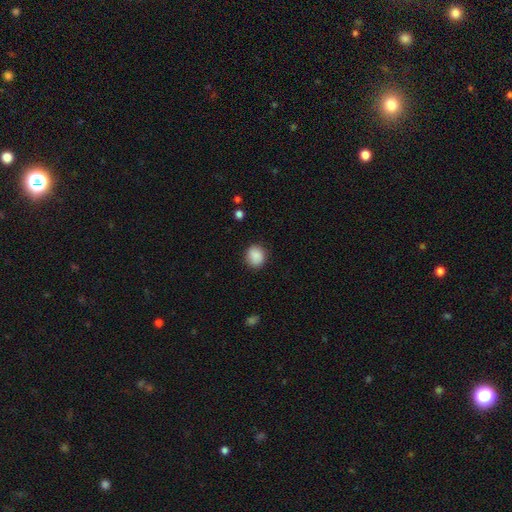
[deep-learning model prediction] smooth_or_featured: smooth (p=0.89) [alt: star or artifact p=0.08]
how_rounded: round (p=0.76) [alt: in between p=0.23]
merging: none (p=0.87) [alt: minor disturbance p=0.09]